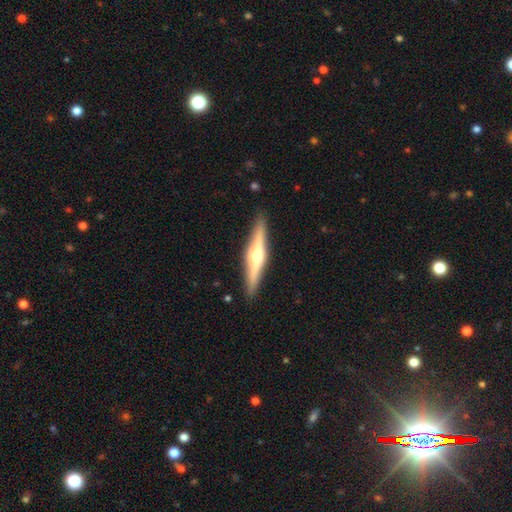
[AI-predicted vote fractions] This is likely a featured or disk galaxy (73%). It is clearly viewed edge-on (97%). Edge-on bulge: clearly rounded (93%). Merging: clearly none (90%).